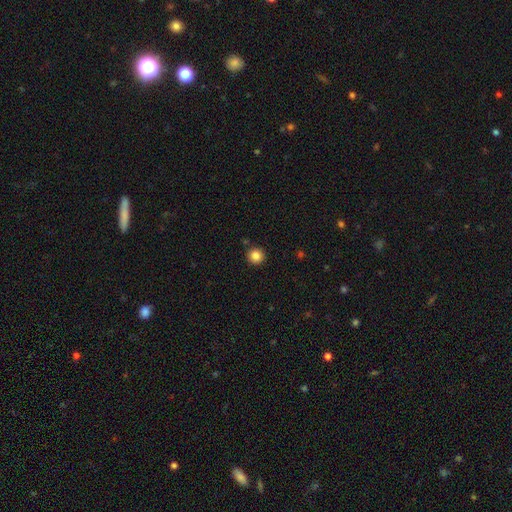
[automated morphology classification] This is clearly a smooth galaxy (85%). How rounded: clearly round (95%). Merging: clearly none (90%).